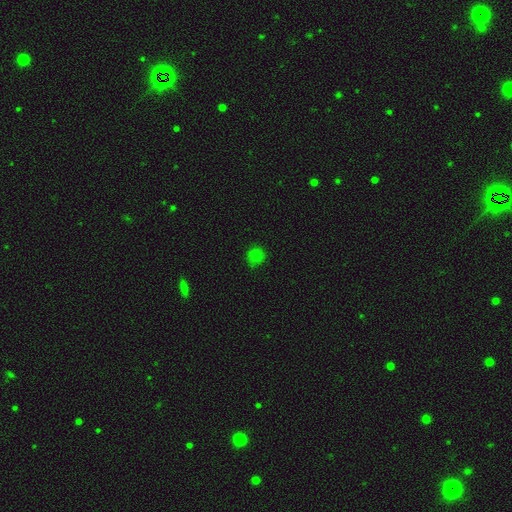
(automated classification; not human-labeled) Smooth or featured? Predicted: smooth (p=0.78). How rounded? Predicted: round (p=0.88). Merging? Predicted: none (p=0.82).